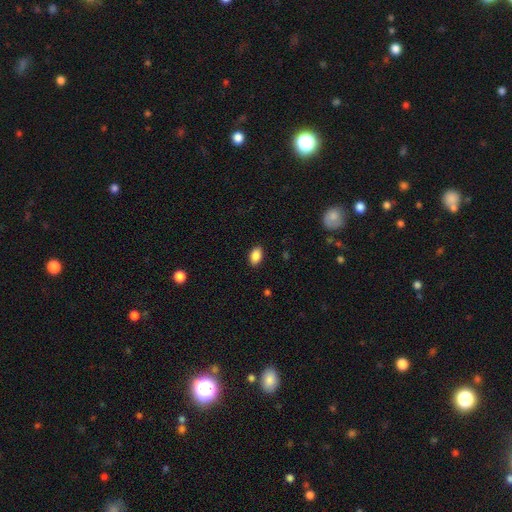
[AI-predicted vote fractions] smooth_or_featured: smooth (p=0.89) [alt: star or artifact p=0.07]
how_rounded: in between (p=0.90) [alt: round p=0.08]
merging: none (p=0.89) [alt: minor disturbance p=0.08]